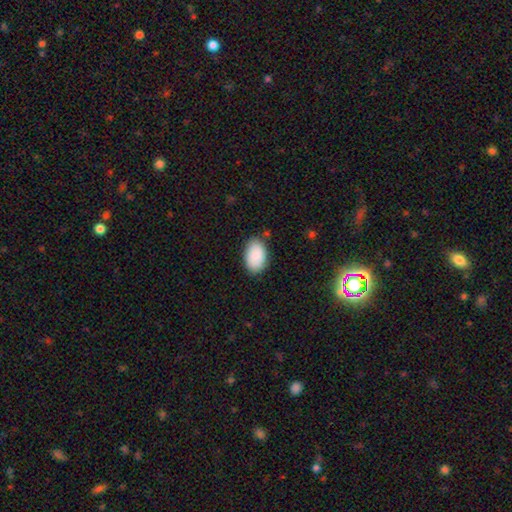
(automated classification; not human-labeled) The model was most divided on "merging": none: 82%, minor disturbance: 14%, major disturbance: 3%, merger: 2%. More confident: how rounded — in between (93%); smooth or featured — smooth (90%).